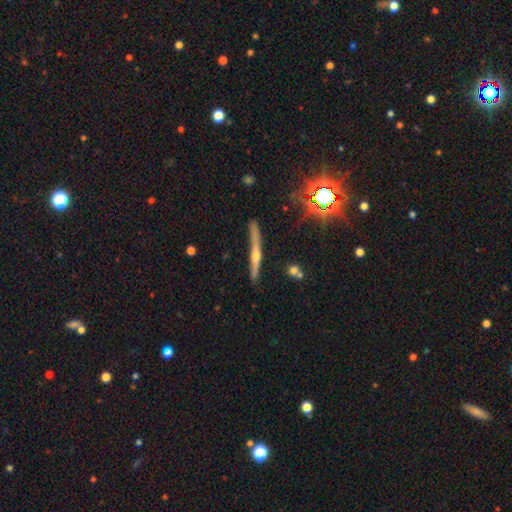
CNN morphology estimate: featured or disk 67%, smooth 17%, star or artifact 16%. Down the decision tree: edge-on disk — yes (95%); edge-on bulge — rounded (84%); merging — none (81%).